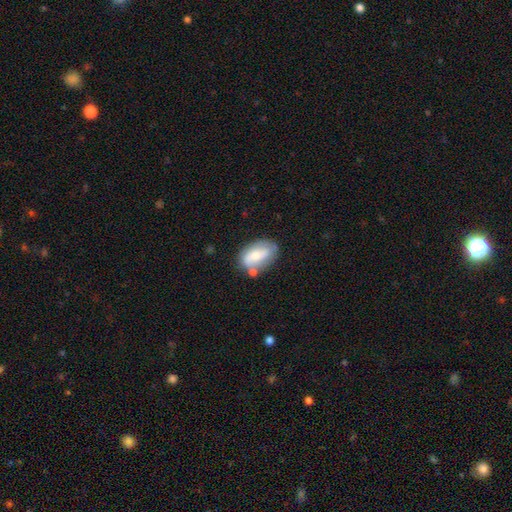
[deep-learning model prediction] Smooth or featured? smooth (53%)
How rounded? in between (89%)
Merging? none (61%)